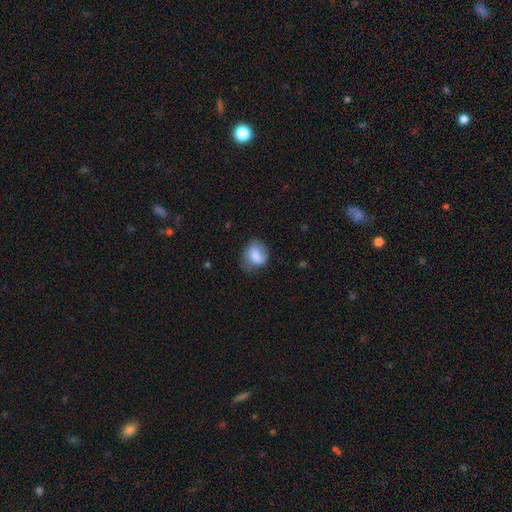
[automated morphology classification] A smooth galaxy with no disk features (74%) that is in between round and cigar-shaped (50%). Merging: none (49%).